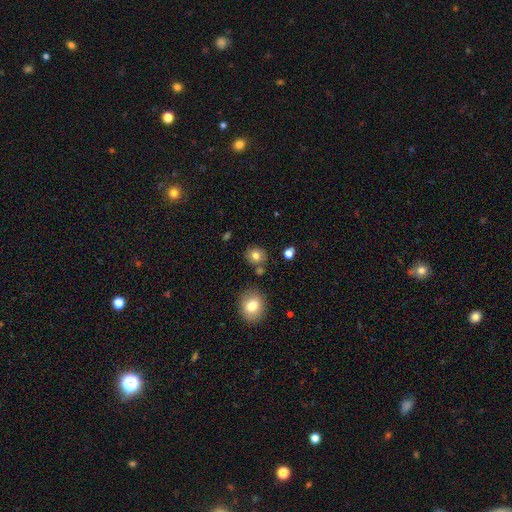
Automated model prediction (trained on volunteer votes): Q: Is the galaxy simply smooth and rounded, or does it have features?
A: smooth — 79%.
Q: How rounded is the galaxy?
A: round — 82%.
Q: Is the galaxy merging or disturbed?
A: none — 80%.